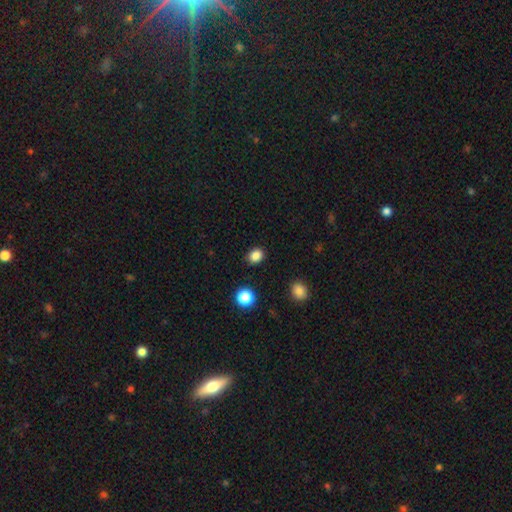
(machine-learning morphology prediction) smooth_or_featured: smooth (p=0.85) [alt: star or artifact p=0.11]
how_rounded: round (p=0.51) [alt: in between p=0.48]
merging: none (p=0.88) [alt: minor disturbance p=0.08]